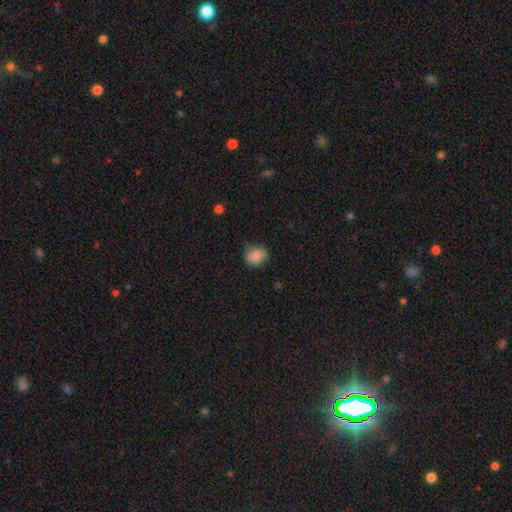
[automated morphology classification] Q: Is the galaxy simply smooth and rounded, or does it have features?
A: smooth — 83%.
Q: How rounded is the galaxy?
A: round — 69%.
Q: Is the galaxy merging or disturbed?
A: none — 72%.